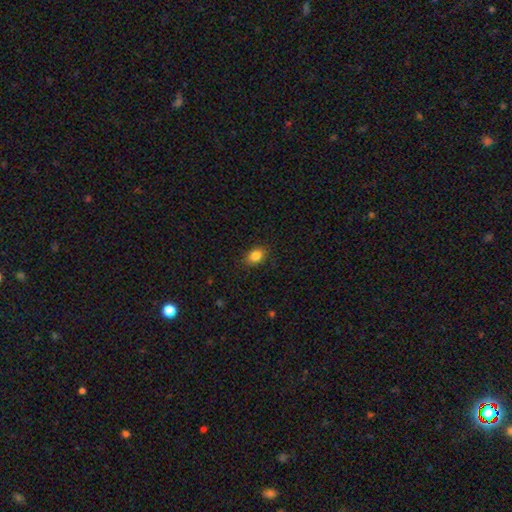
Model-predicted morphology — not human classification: Q: Smooth or featured?
A: smooth (85%); runner-up: star or artifact (10%)
Q: How rounded?
A: in between (70%); runner-up: round (28%)
Q: Merging?
A: none (87%); runner-up: minor disturbance (10%)